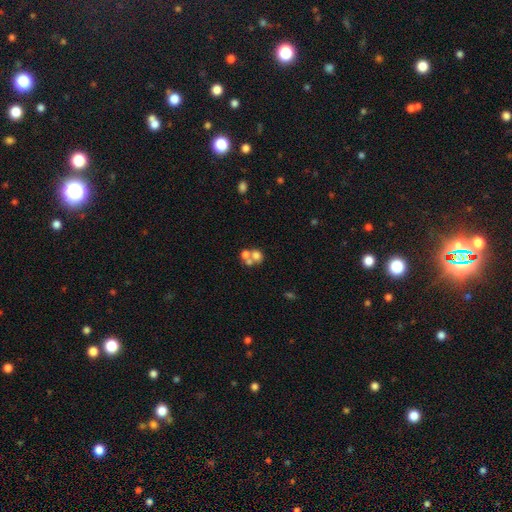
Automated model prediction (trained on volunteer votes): A smooth galaxy with no disk features (61%) that is round (73%). Merging: merger (59%).